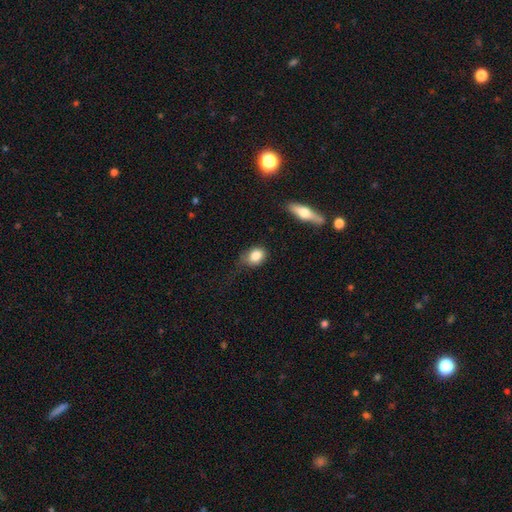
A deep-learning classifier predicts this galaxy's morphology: smooth 83%, featured or disk 9%, star or artifact 8%. Down the decision tree: how rounded — in between (60%); merging — none (46%).